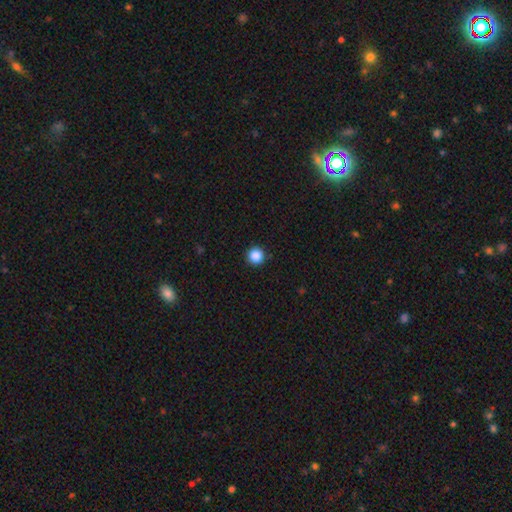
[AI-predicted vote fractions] smooth 87%, star or artifact 10%, featured or disk 3%. Down the decision tree: how rounded — round (96%); merging — none (93%).